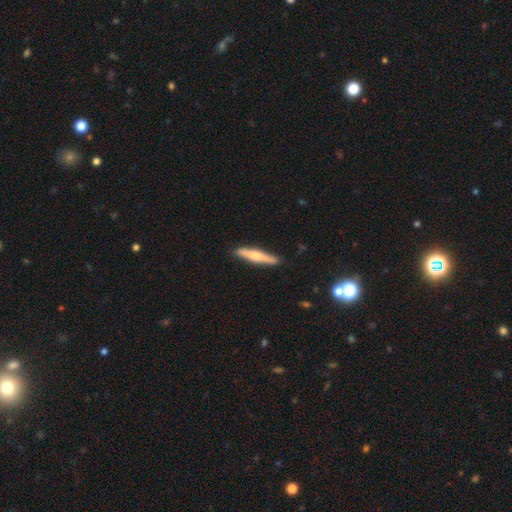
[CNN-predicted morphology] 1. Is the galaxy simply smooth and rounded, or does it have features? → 49% smooth, 45% featured or disk, 5% star or artifact.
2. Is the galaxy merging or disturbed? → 87% none, 10% minor disturbance, 2% major disturbance, 1% merger.